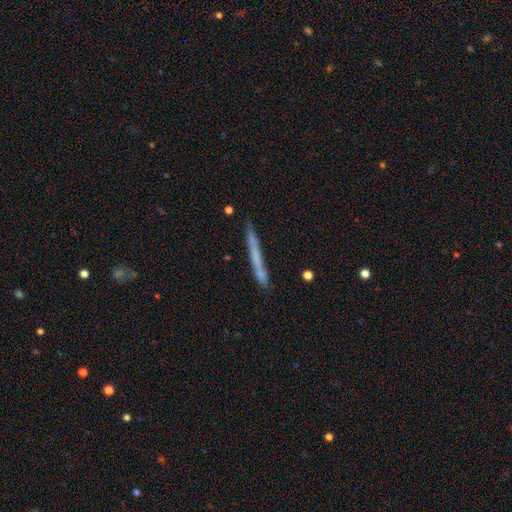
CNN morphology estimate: Smooth or featured?
  - smooth: 53% *
  - featured or disk: 40%
  - star or artifact: 7%
How rounded?
  - cigar-shaped: 97% *
  - in between: 2%
  - round: 1%
Merging?
  - none: 80% *
  - minor disturbance: 13%
  - merger: 4%
  - major disturbance: 3%